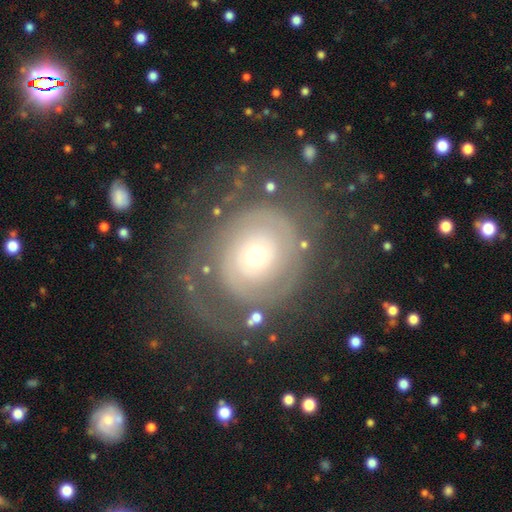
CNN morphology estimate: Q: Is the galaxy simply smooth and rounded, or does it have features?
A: featured or disk — 72%.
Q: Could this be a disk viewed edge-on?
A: no — 97%.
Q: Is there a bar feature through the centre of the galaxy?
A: no — 85%.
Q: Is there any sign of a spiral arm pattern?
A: yes — 71%.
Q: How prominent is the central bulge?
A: small — 59%.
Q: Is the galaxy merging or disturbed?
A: none — 68%.